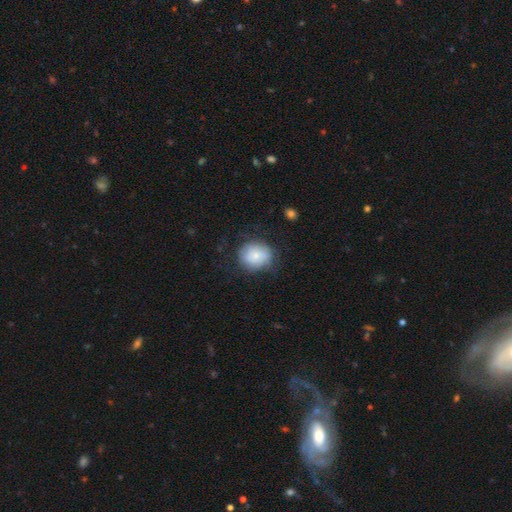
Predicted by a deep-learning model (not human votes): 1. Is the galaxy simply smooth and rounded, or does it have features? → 75% smooth, 18% featured or disk, 8% star or artifact.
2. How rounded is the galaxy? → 71% round, 28% in between, 1% cigar-shaped.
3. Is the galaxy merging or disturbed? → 69% none, 20% minor disturbance, 10% major disturbance, 1% merger.